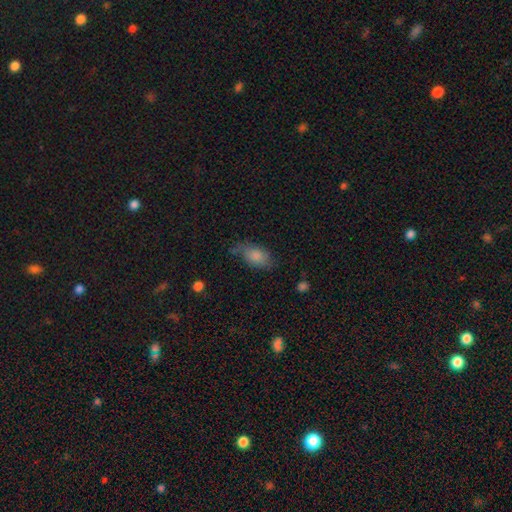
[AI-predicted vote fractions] Smooth or featured?
  - smooth: 81% *
  - featured or disk: 11%
  - star or artifact: 8%
How rounded?
  - in between: 90% *
  - round: 7%
  - cigar-shaped: 3%
Merging?
  - none: 57% *
  - minor disturbance: 29%
  - major disturbance: 10%
  - merger: 4%